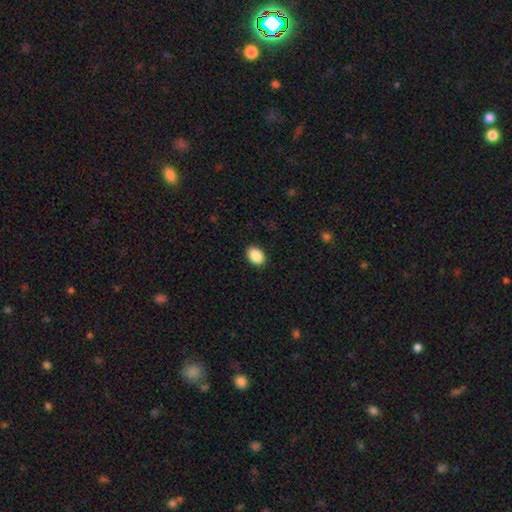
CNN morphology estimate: Smooth or featured? smooth (89%)
How rounded? in between (79%)
Merging? none (90%)